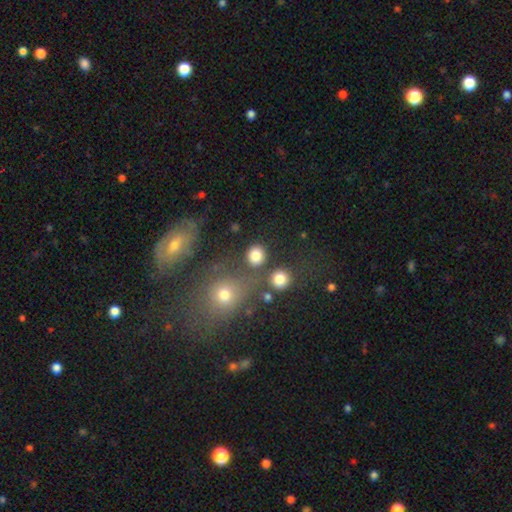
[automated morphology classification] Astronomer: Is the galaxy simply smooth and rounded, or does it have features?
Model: smooth — 82%.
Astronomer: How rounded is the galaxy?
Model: round — 82%.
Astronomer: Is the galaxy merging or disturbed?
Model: none — 75%.